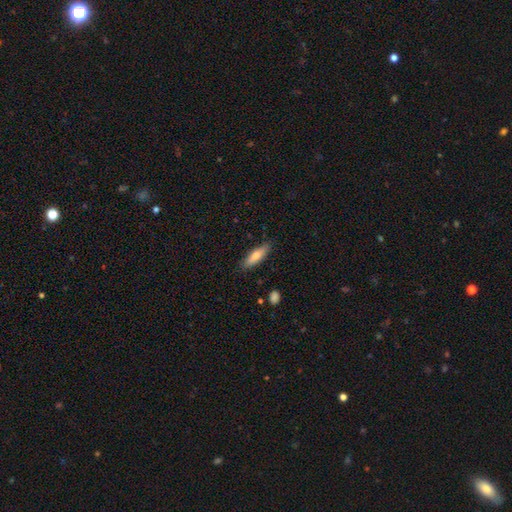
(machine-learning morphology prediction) smooth-or-featured: smooth: 73% | featured or disk: 21% | star or artifact: 6%
  how-rounded: cigar-shaped: 65% | in between: 33% | round: 2%
  merging: none: 86% | minor disturbance: 10% | major disturbance: 2% | merger: 1%